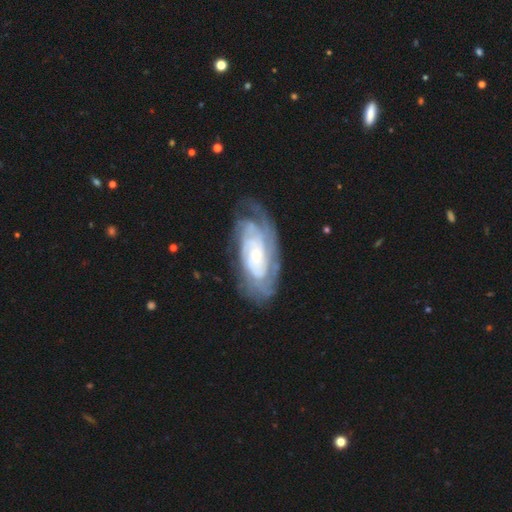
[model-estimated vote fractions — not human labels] The model was most divided on "spiral arm count": can't tell: 44%, 2: 15%, 3: 14%, 4: 13%, more than 4: 8%, 1: 5%. More confident: spiral arms — yes (94%); edge-on disk — no (93%); smooth or featured — featured or disk (83%); bar — no (75%); spiral winding — tight (74%); merging — none (70%); bulge size — small (67%).